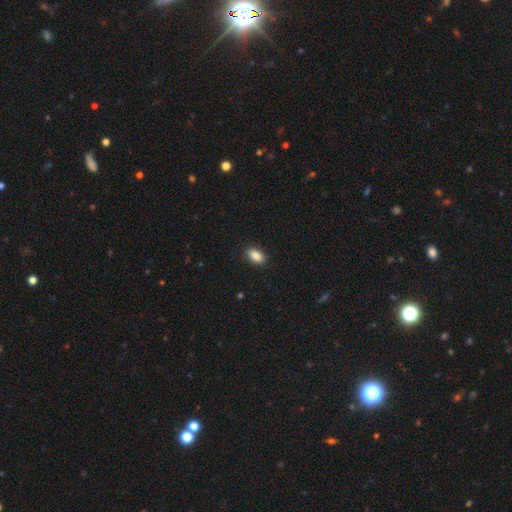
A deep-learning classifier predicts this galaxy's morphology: Smooth or featured: smooth — 88% (star or artifact — 8%)
How rounded: in between — 89% (round — 9%)
Merging: none — 88% (minor disturbance — 9%)